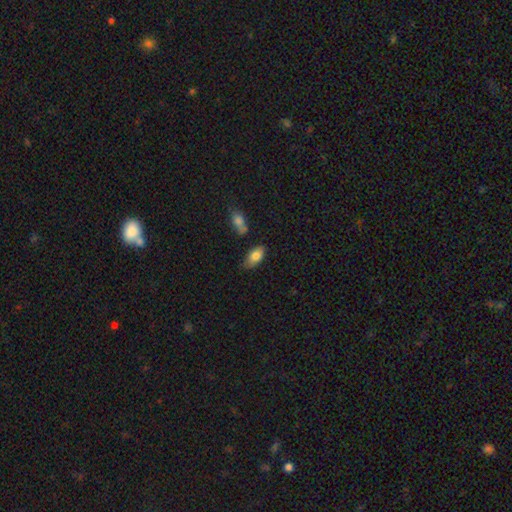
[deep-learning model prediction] The model was most divided on "merging": none: 66%, minor disturbance: 23%, merger: 6%, major disturbance: 5%. More confident: how rounded — in between (90%); smooth or featured — smooth (79%).